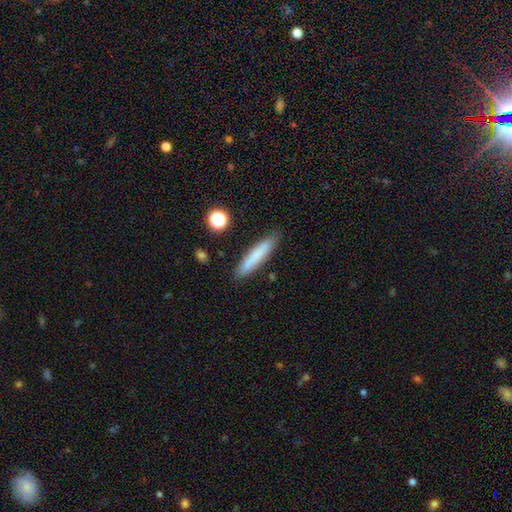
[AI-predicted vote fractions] smooth_or_featured: smooth (p=0.77) [alt: featured or disk p=0.15]
how_rounded: cigar-shaped (p=0.91) [alt: in between p=0.08]
merging: none (p=0.88) [alt: minor disturbance p=0.09]